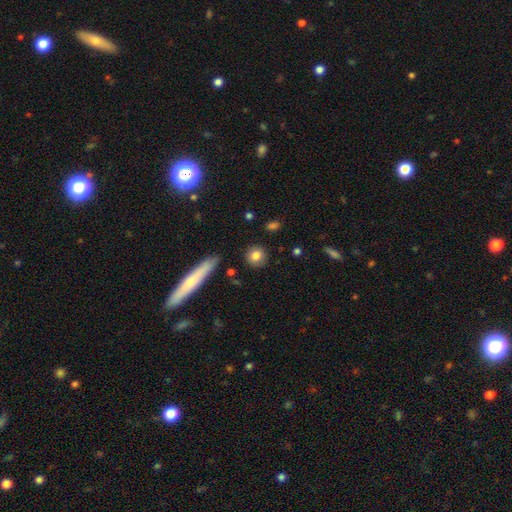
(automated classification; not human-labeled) This appears to be a smooth galaxy with no disk features (82%) that is round (86%). Merging: none (87%).